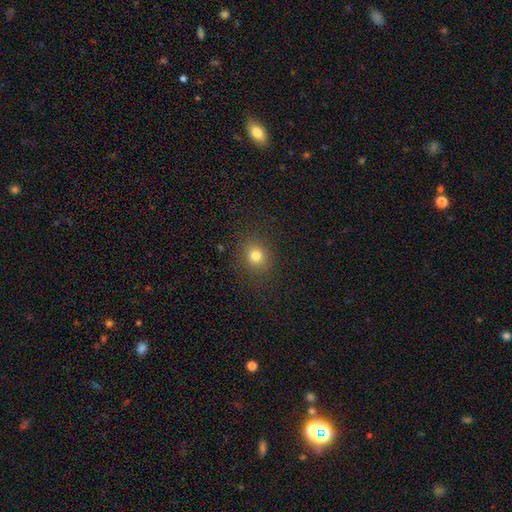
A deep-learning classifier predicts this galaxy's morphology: smooth_or_featured: smooth (p=0.78) [alt: star or artifact p=0.15]
how_rounded: round (p=0.81) [alt: in between p=0.18]
merging: none (p=0.87) [alt: minor disturbance p=0.08]